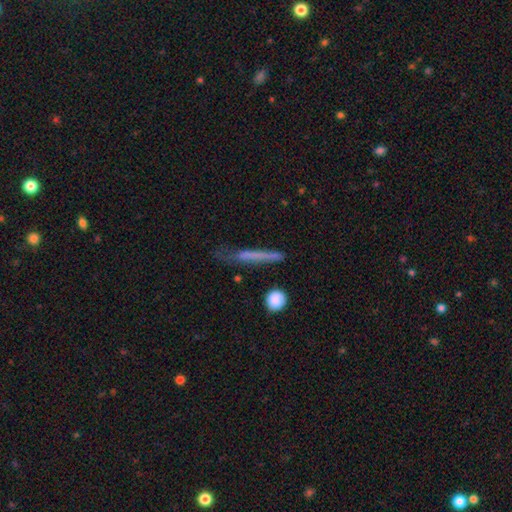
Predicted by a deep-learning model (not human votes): Smooth or featured?
  - smooth: 55% *
  - featured or disk: 34%
  - star or artifact: 11%
How rounded?
  - cigar-shaped: 92% *
  - in between: 5%
  - round: 4%
Merging?
  - none: 65% *
  - minor disturbance: 21%
  - major disturbance: 10%
  - merger: 4%